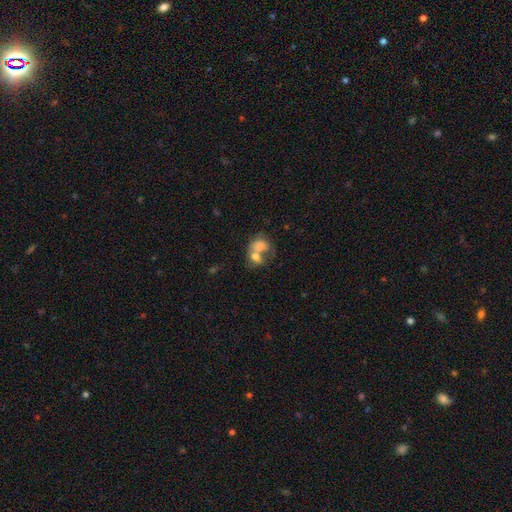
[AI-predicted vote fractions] smooth-or-featured: smooth: 69% | featured or disk: 22% | star or artifact: 9%
  how-rounded: in between: 60% | round: 38% | cigar-shaped: 1%
  merging: merger: 71% | none: 17% | minor disturbance: 7% | major disturbance: 6%